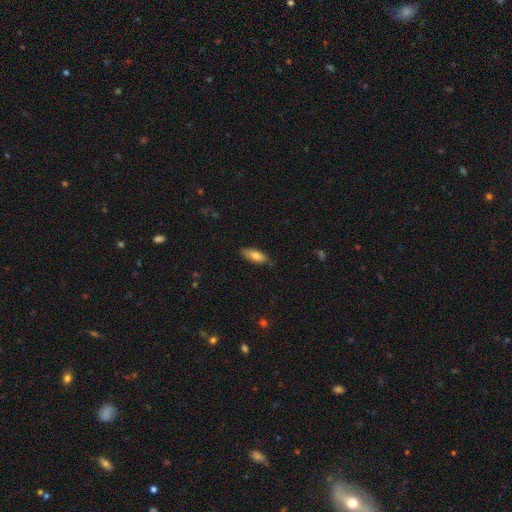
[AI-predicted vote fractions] Overall: smooth (78%). How rounded: in between (76%). Merging: none (81%).